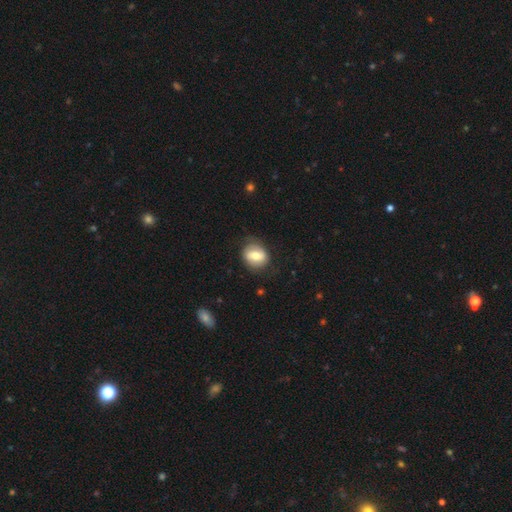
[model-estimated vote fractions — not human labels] smooth-or-featured: smooth: 62% | featured or disk: 31% | star or artifact: 7%
  how-rounded: round: 56% | in between: 43% | cigar-shaped: 1%
  merging: none: 73% | minor disturbance: 18% | major disturbance: 8% | merger: 1%